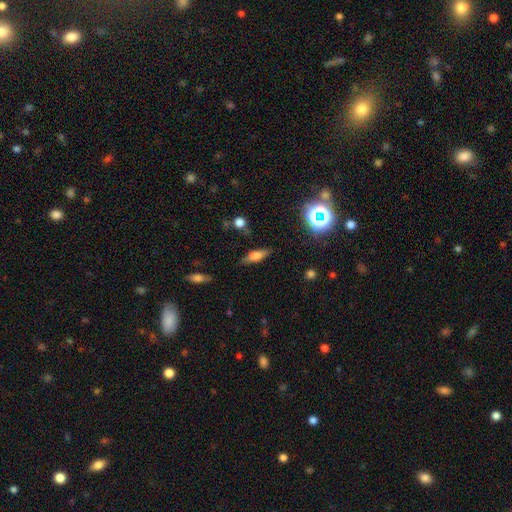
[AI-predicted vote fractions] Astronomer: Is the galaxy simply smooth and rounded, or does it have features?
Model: smooth — 54% (runner-up: featured or disk, 34%).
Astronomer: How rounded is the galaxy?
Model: cigar-shaped — 48%, tied with in between at 48%.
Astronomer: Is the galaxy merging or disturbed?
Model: none — 79%.